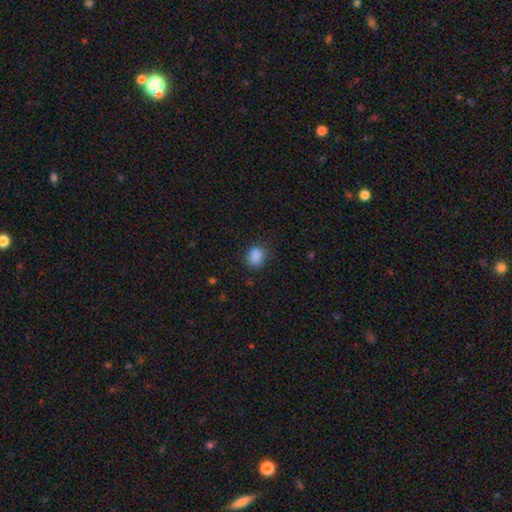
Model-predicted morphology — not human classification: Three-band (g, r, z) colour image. It shows a smooth galaxy with no disk features (86%) that is round (59%). Merging: none (79%).